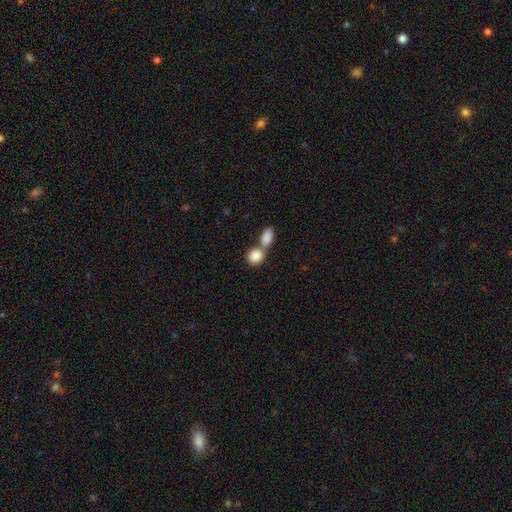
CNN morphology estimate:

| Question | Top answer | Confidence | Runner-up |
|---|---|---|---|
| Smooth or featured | smooth | 86% | star or artifact (7%) |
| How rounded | round | 67% | in between (31%) |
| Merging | merger | 53% | none (37%) |